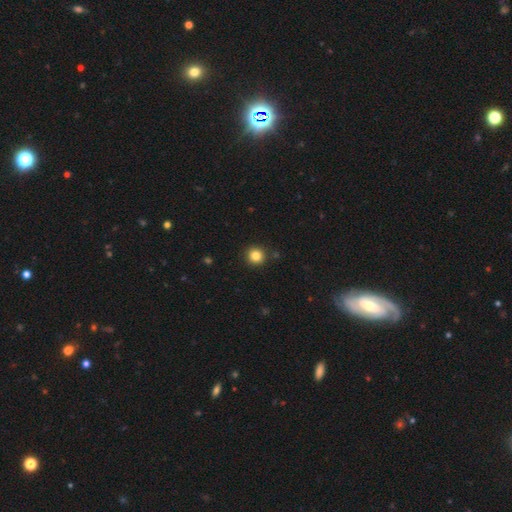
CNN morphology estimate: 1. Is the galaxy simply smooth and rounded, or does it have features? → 84% smooth, 11% star or artifact, 5% featured or disk.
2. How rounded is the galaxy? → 93% round, 6% in between, 1% cigar-shaped.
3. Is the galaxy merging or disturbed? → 90% none, 6% minor disturbance, 2% major disturbance, 2% merger.